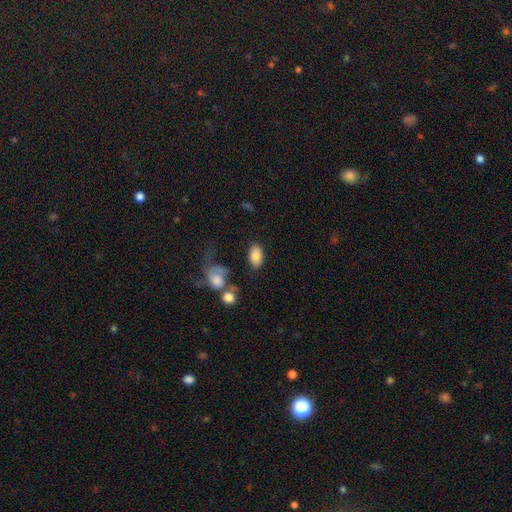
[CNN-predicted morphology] This is clearly a smooth galaxy (84%). How rounded: clearly in between (91%). Merging: likely none (72%).